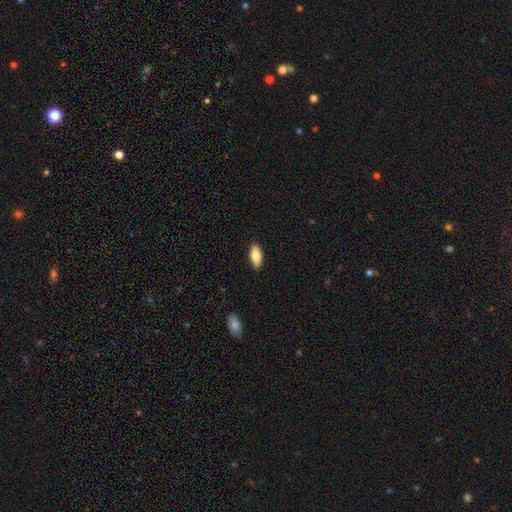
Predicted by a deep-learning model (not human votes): smooth_or_featured: smooth (p=0.81) [alt: featured or disk p=0.12]
how_rounded: in between (p=0.84) [alt: cigar-shaped p=0.13]
merging: none (p=0.89) [alt: minor disturbance p=0.08]